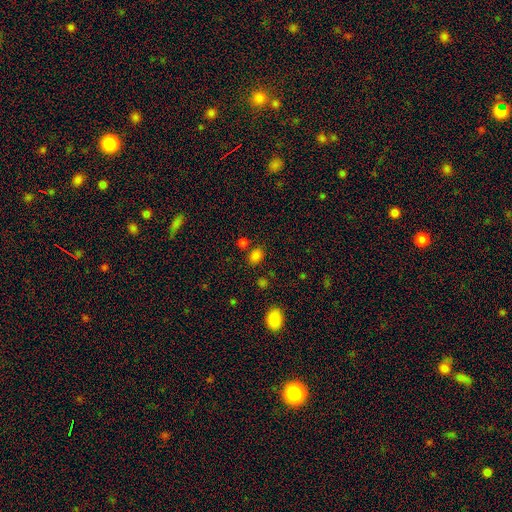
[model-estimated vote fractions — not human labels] smooth-or-featured: smooth: 81% | star or artifact: 15% | featured or disk: 5%
  how-rounded: in between: 66% | round: 33% | cigar-shaped: 1%
  merging: none: 77% | minor disturbance: 11% | merger: 8% | major disturbance: 4%